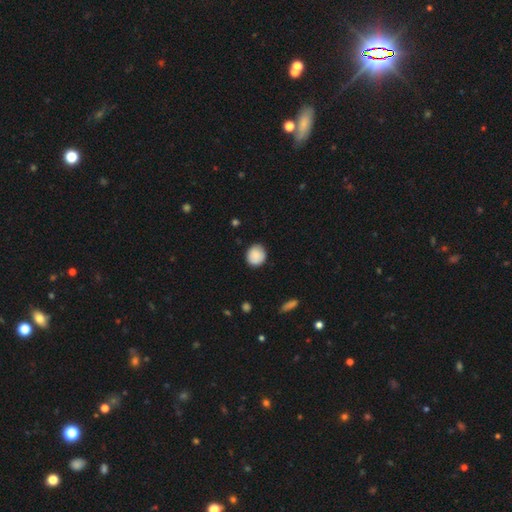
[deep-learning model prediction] Smooth or featured? smooth (88%)
How rounded? round (87%)
Merging? none (86%)